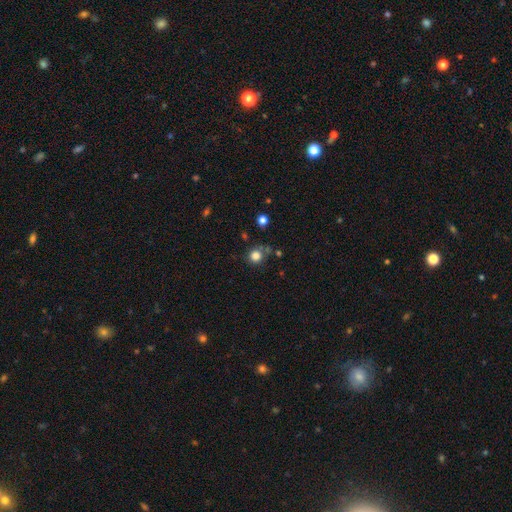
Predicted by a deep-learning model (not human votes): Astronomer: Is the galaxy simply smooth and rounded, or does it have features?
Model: smooth — 82%.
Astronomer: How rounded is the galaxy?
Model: round — 90%.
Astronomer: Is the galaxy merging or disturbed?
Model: none — 72%.